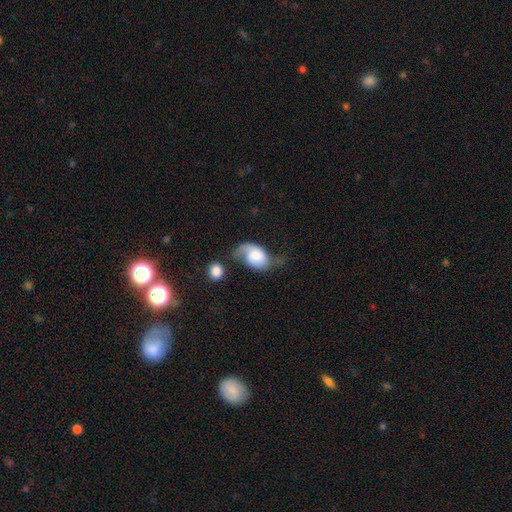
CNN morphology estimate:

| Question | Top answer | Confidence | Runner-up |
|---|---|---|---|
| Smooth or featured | featured or disk | 47% | smooth (46%) |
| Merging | major disturbance | 34% | minor disturbance (28%) |